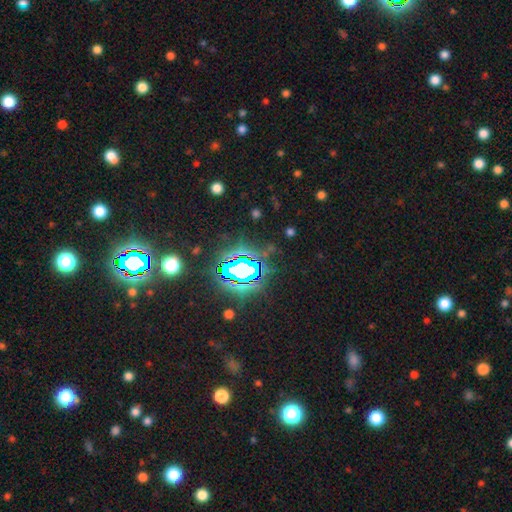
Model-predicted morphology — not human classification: A star or artifact, not a galaxy (83%).